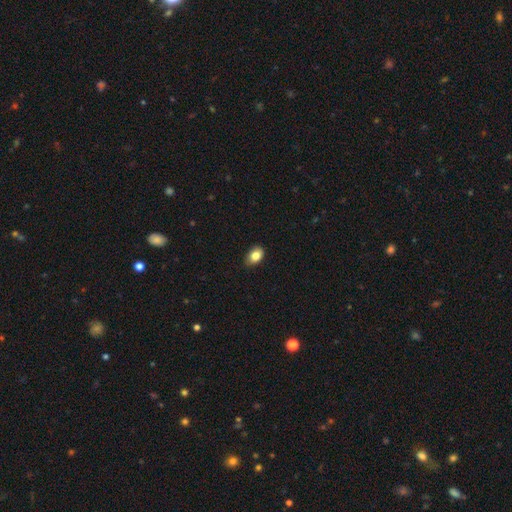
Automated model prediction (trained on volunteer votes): Smooth or featured? Predicted: smooth (p=0.84). How rounded? Predicted: in between (p=0.81). Merging? Predicted: none (p=0.77).